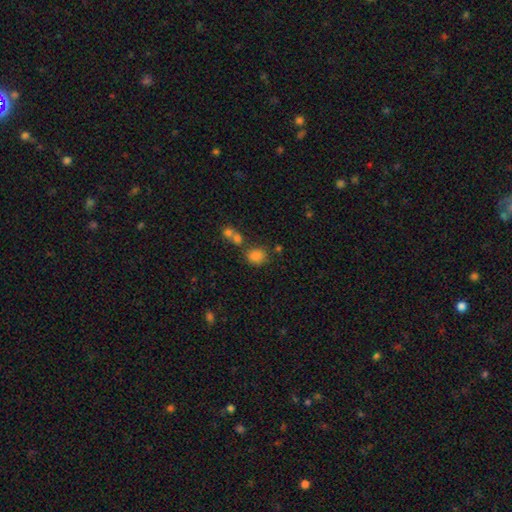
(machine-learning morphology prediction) smooth-or-featured: smooth: 80% | star or artifact: 14% | featured or disk: 6%
  how-rounded: round: 65% | in between: 34% | cigar-shaped: 1%
  merging: none: 61% | merger: 21% | minor disturbance: 13% | major disturbance: 5%